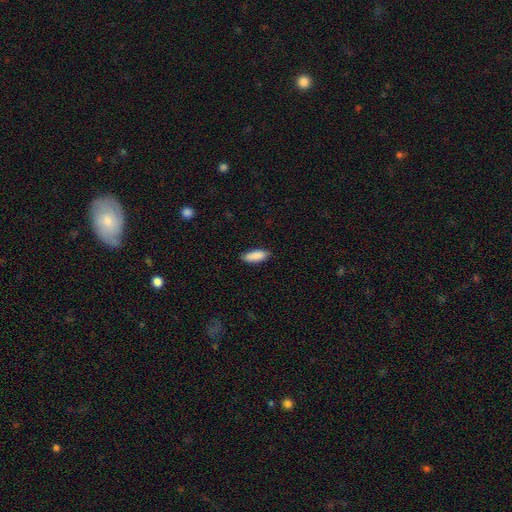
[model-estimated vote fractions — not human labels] Morphology: type=smooth (90%); roundness=in between (73%); merging=none (86%).